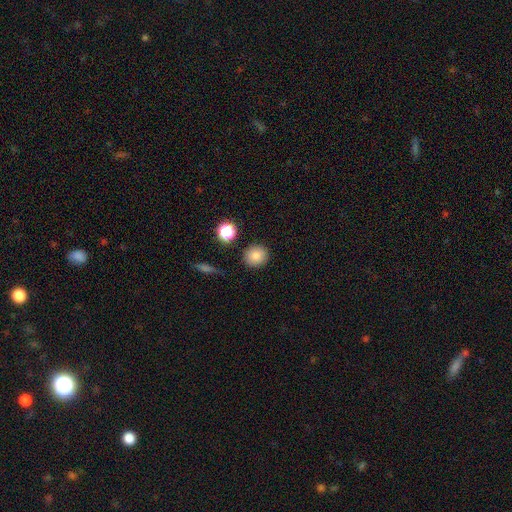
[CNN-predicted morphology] smooth_or_featured: smooth (p=0.83) [alt: star or artifact p=0.11]
how_rounded: round (p=0.86) [alt: in between p=0.13]
merging: none (p=0.87) [alt: minor disturbance p=0.07]